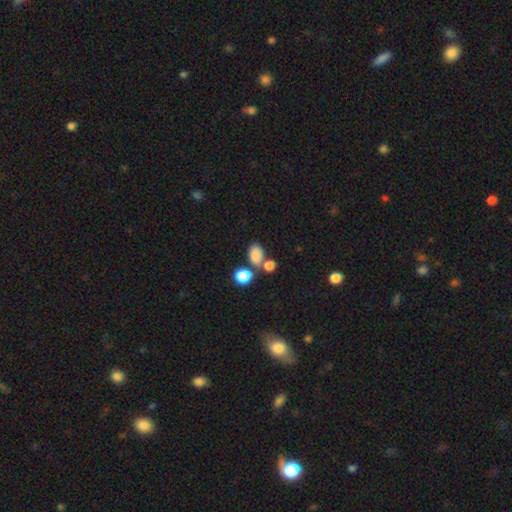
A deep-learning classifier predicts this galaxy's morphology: Overall: smooth (82%). How rounded: in between (85%). Merging: none (50%; merger 32%).